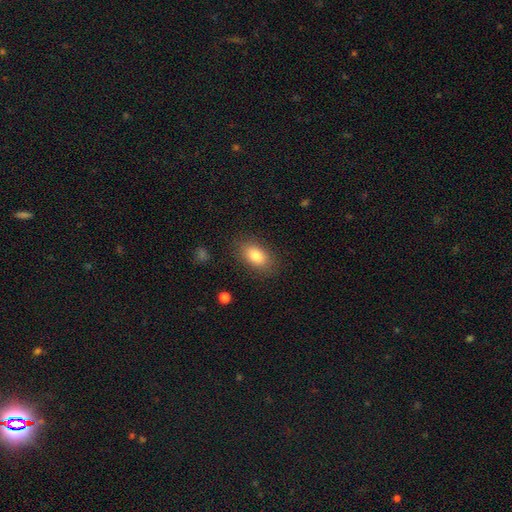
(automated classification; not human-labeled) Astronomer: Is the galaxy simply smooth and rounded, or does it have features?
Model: smooth — 84%.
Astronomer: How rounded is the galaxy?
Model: in between — 89%.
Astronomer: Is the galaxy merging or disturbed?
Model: none — 84%.